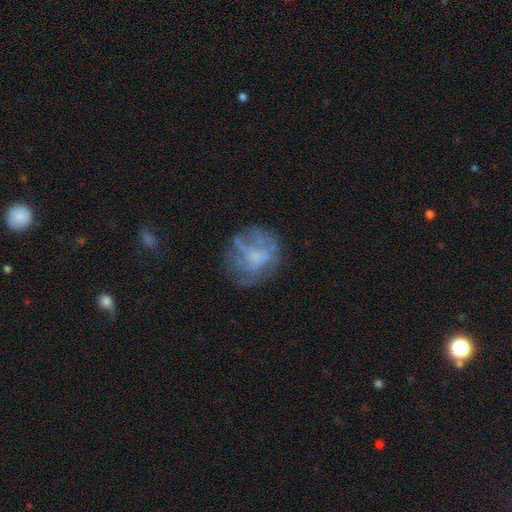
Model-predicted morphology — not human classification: Smooth or featured: featured or disk — 56% (smooth — 32%)
Edge-on disk: no — 98% (yes — 2%)
Bar: no — 83% (weak — 14%)
Spiral arms: no — 70% (yes — 30%)
Bulge size: none — 49% (small — 27%)
Merging: none — 61% (minor disturbance — 18%)